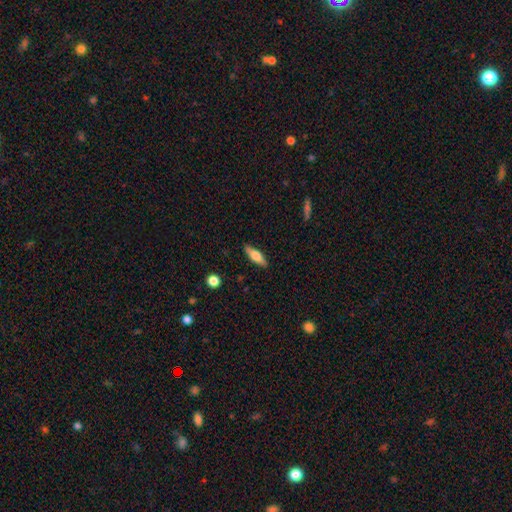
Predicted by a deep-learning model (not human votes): Smooth or featured? smooth (66%)
How rounded? cigar-shaped (49%)
Merging? none (87%)